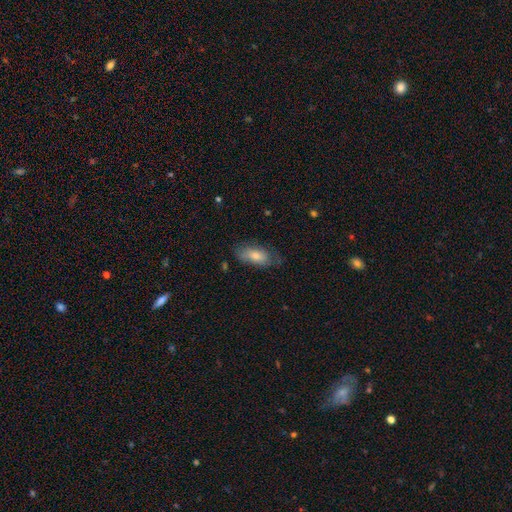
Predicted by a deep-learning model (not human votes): The model was most divided on "merging": none: 66%, minor disturbance: 25%, major disturbance: 7%, merger: 2%. More confident: how rounded — in between (87%); smooth or featured — smooth (73%).